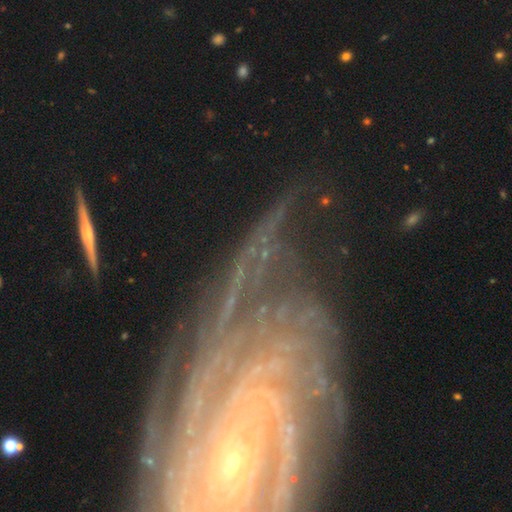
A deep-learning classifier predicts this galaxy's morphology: Q: Smooth or featured?
A: featured or disk (86%); runner-up: star or artifact (9%)
Q: Edge-on disk?
A: no (95%); runner-up: yes (5%)
Q: Bar?
A: no (57%); runner-up: weak (23%)
Q: Spiral arms?
A: yes (97%); runner-up: no (3%)
Q: Spiral winding?
A: tight (79%); runner-up: medium (17%)
Q: Spiral arm count?
A: can't tell (22%); runner-up: more than 4 (20%)
Q: Bulge size?
A: small (83%); runner-up: moderate (11%)
Q: Merging?
A: none (71%); runner-up: minor disturbance (16%)